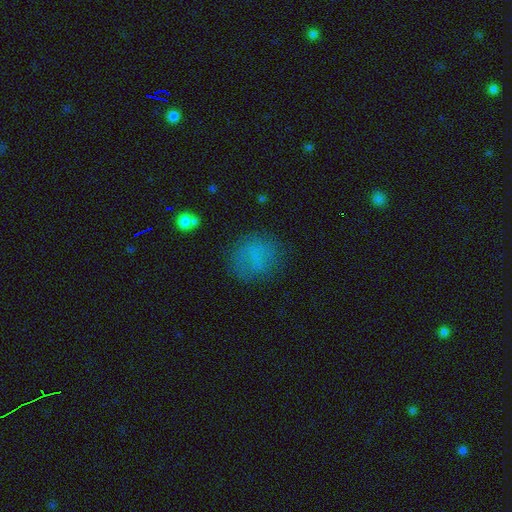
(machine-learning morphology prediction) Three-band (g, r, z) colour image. It shows a smooth galaxy with no disk features (68%) that is round (69%). Merging: none (75%).